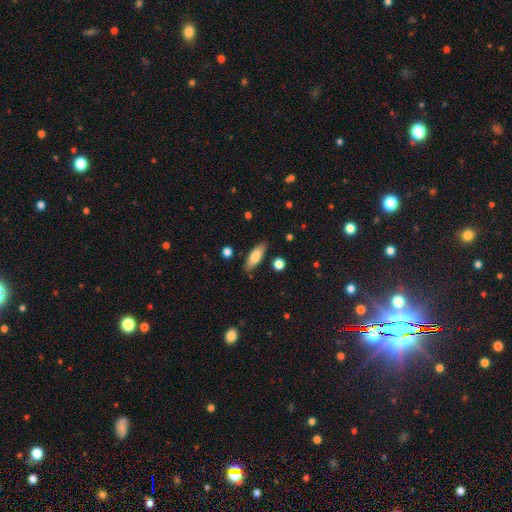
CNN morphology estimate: This appears to be a smooth galaxy with no disk features (76%) that is in between round and cigar-shaped (60%). Merging: none (84%).